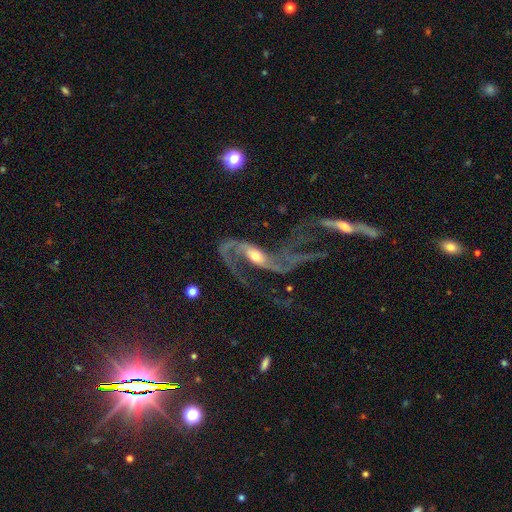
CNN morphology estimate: The model was most divided on "bar": no: 42%, weak: 33%, strong: 25%. Remaining: spiral arms — yes (92%); edge-on disk — no (92%); smooth or featured — featured or disk (86%); spiral arm count — 2 (78%); spiral winding — loose (67%); bulge size — moderate (60%); merging — major disturbance (41%).